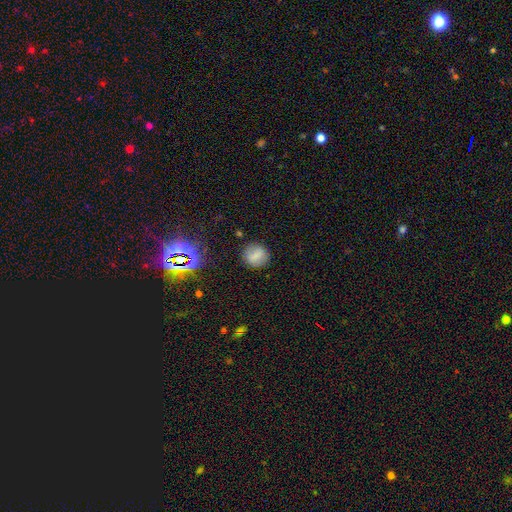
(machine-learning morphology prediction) smooth-or-featured: smooth: 73% | featured or disk: 15% | star or artifact: 12%
  how-rounded: round: 82% | in between: 17% | cigar-shaped: 1%
  merging: none: 85% | minor disturbance: 10% | major disturbance: 3% | merger: 2%